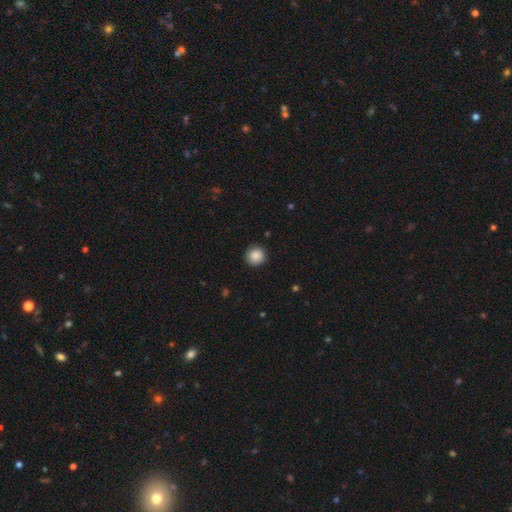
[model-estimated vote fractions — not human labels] Smooth or featured? smooth (88%)
How rounded? round (95%)
Merging? none (91%)